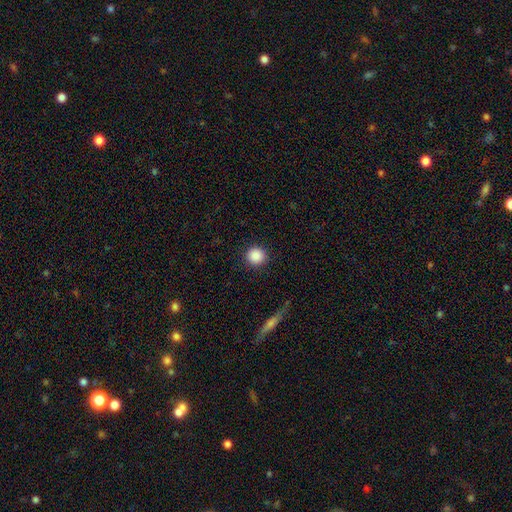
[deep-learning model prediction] smooth 88%, star or artifact 9%, featured or disk 3%. Down the decision tree: how rounded — round (93%); merging — none (90%).